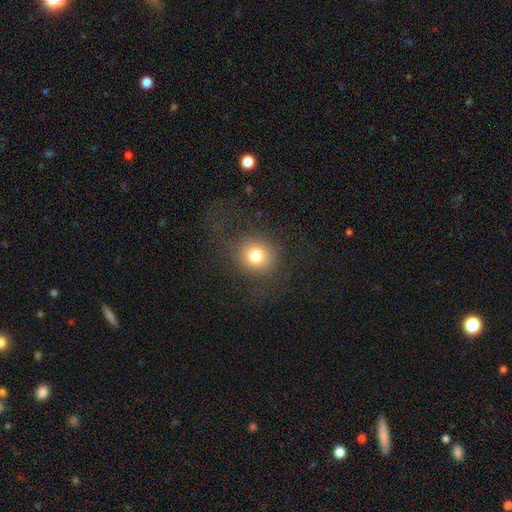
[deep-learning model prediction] Morphology: type=smooth (77%); roundness=round (85%); merging=none (75%).